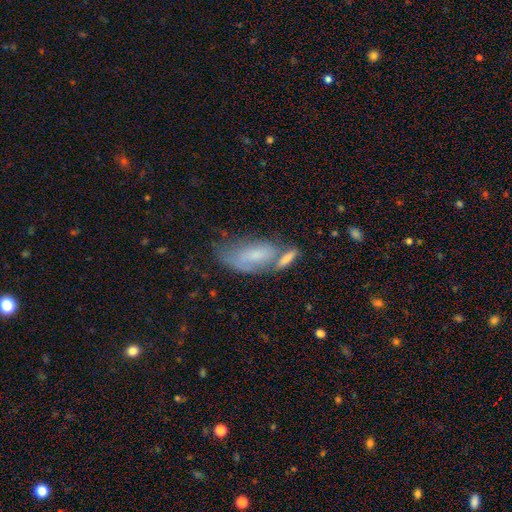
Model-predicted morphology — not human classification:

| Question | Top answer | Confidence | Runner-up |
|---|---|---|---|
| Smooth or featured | smooth | 52% | featured or disk (37%) |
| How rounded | in between | 84% | cigar-shaped (12%) |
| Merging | merger | 35% | none (28%) |